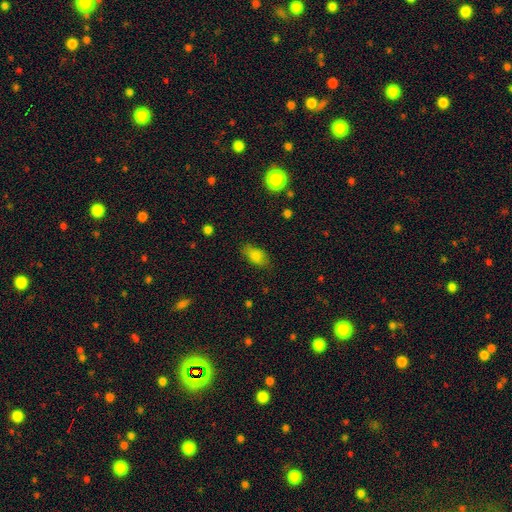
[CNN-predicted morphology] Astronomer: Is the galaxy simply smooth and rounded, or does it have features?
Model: smooth — 82%.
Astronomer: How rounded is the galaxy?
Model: in between — 88%.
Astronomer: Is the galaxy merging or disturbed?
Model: none — 78%.